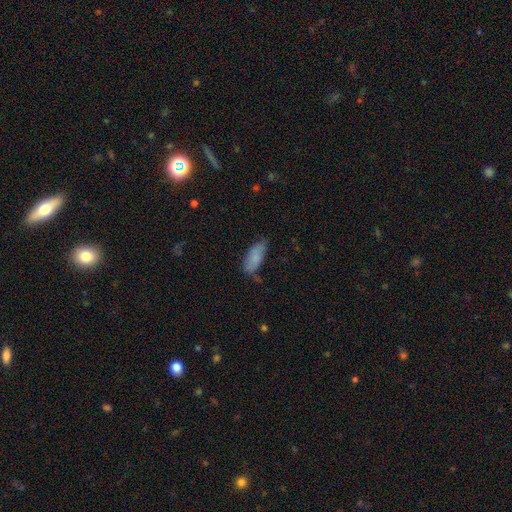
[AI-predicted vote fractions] smooth_or_featured: smooth (p=0.80) [alt: featured or disk p=0.13]
how_rounded: in between (p=0.83) [alt: cigar-shaped p=0.15]
merging: none (p=0.57) [alt: minor disturbance p=0.32]